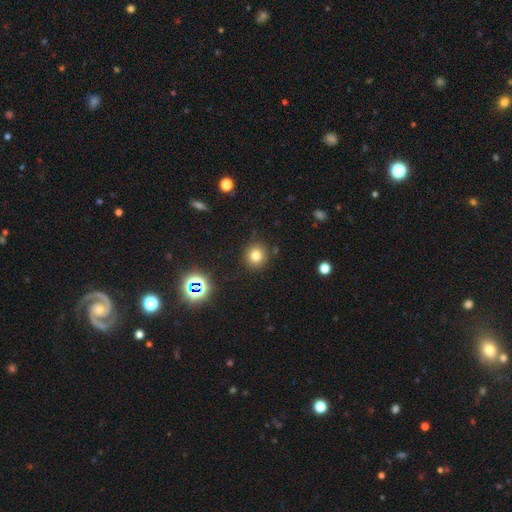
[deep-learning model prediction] A smooth galaxy with no disk features (77%) that is round (89%).

Vote fractions:
- Smooth or featured? smooth: 77% / star or artifact: 16% / featured or disk: 7%
- How rounded? round: 89% / in between: 10% / cigar-shaped: 1%
- Merging? none: 87% / minor disturbance: 8% / major disturbance: 3% / merger: 2%